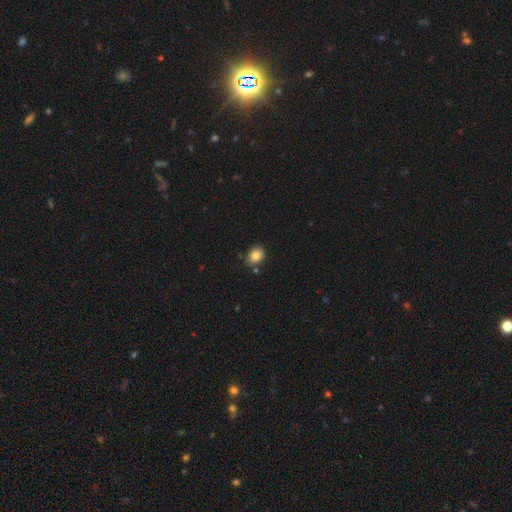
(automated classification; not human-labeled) This appears to be a smooth galaxy with no disk features (84%) that is in between round and cigar-shaped (54%). Merging: none (80%).